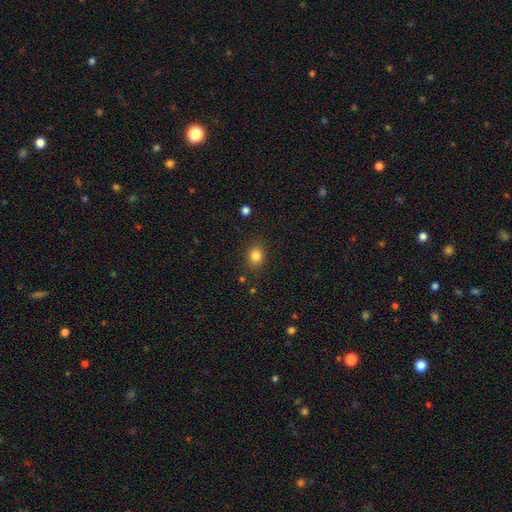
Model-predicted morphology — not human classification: Smooth or featured: smooth — 84% (star or artifact — 11%)
How rounded: round — 53% (in between — 46%)
Merging: none — 85% (minor disturbance — 10%)